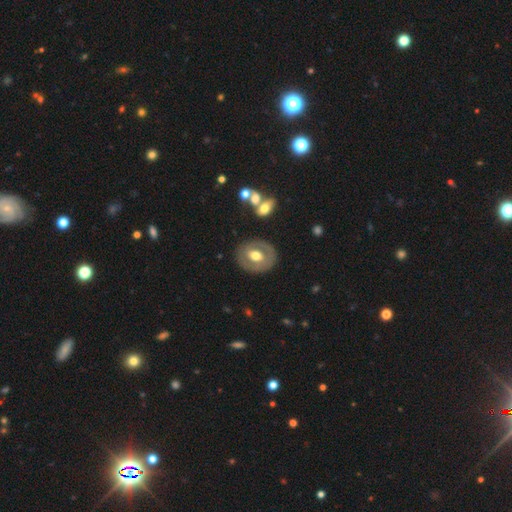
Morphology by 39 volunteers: Smooth or featured?
  - featured or disk: 56% *
  - smooth: 33%
  - star or artifact: 10%
Edge-on disk?
  - no: 95% *
  - yes: 5%
Bar?
  - weak: 43% * (tied)
  - no: 43% * (tied)
  - strong: 14%
Spiral arms?
  - no: 81% *
  - yes: 19%
Bulge size?
  - moderate: 81% *
  - large: 14%
  - small: 5%
  - dominant: 0%
  - none: 0%
Merging?
  - none: 94% *
  - merger: 6%
  - minor disturbance: 0%
  - major disturbance: 0%